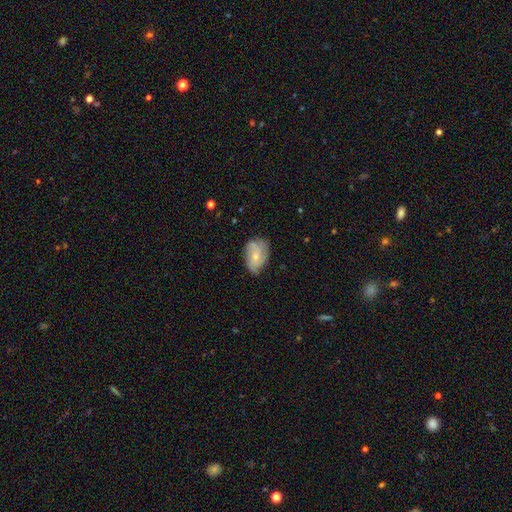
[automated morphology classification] smooth-or-featured: featured or disk: 54% | smooth: 38% | star or artifact: 7%
  disk-edge-on: no: 97% | yes: 3%
    bar: no: 73% | weak: 23% | strong: 4%
    has-spiral-arms: yes: 80% | no: 20%
    bulge-size: small: 60% | moderate: 35% | none: 3% | large: 1% | dominant: 1%
  merging: none: 59% | minor disturbance: 30% | major disturbance: 9% | merger: 2%